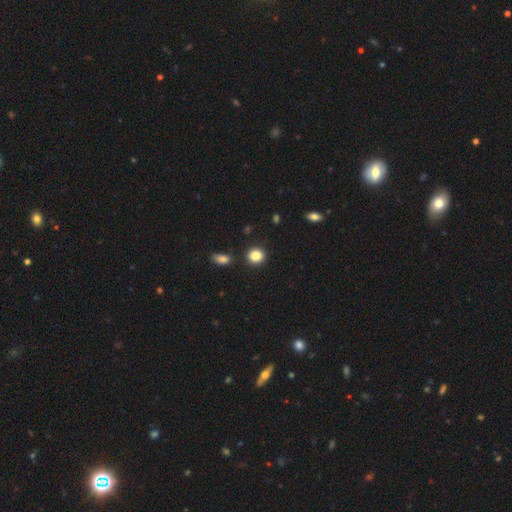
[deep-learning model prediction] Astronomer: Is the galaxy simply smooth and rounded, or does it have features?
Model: smooth — 85%.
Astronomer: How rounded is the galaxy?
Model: round — 86%.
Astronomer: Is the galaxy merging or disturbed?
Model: none — 88%.